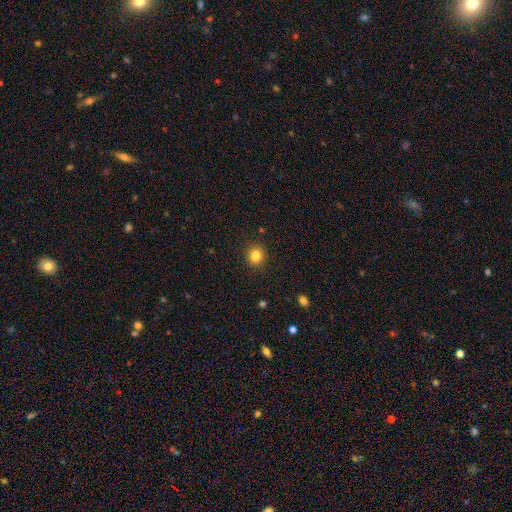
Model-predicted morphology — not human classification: A smooth galaxy with no disk features (83%) that is round (85%).

Vote fractions:
- Smooth or featured? smooth: 83% / star or artifact: 12% / featured or disk: 5%
- How rounded? round: 85% / in between: 14% / cigar-shaped: 1%
- Merging? none: 91% / minor disturbance: 6% / major disturbance: 2% / merger: 1%